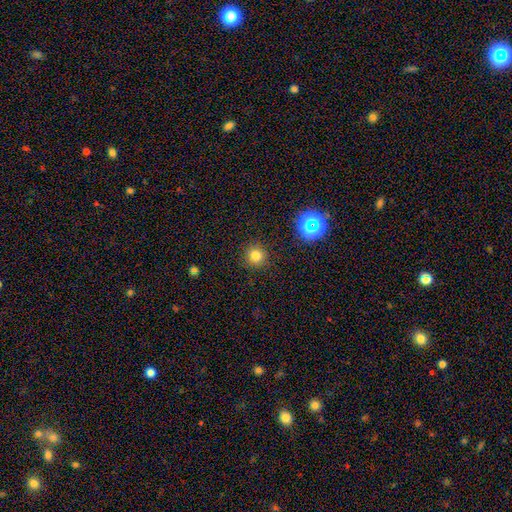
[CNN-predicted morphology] Smooth or featured? smooth (76%)
How rounded? round (94%)
Merging? none (90%)